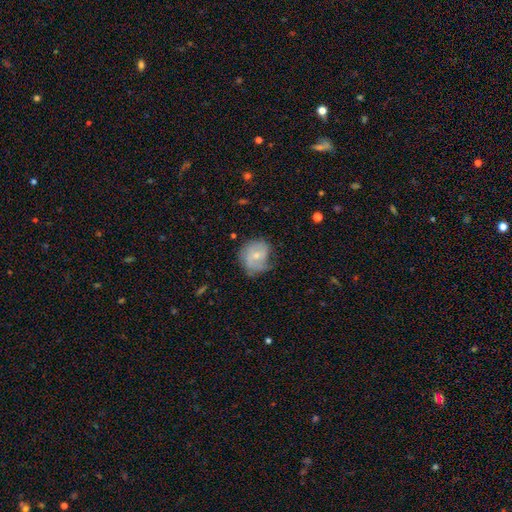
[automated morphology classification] This appears to be a featured or disk galaxy (49%). Merging: none (52%).